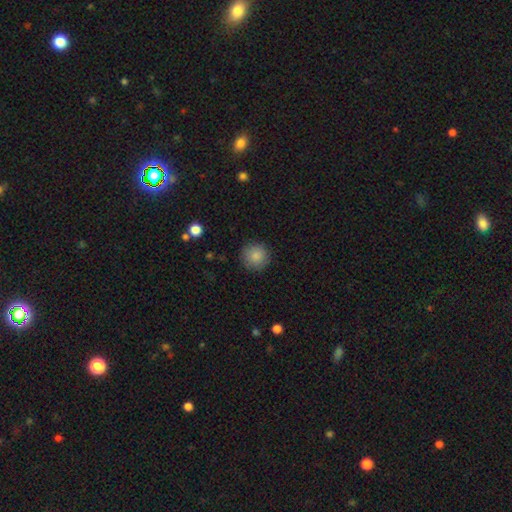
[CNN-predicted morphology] Smooth or featured: smooth — 86% (star or artifact — 8%)
How rounded: round — 95% (in between — 4%)
Merging: none — 88% (minor disturbance — 9%)